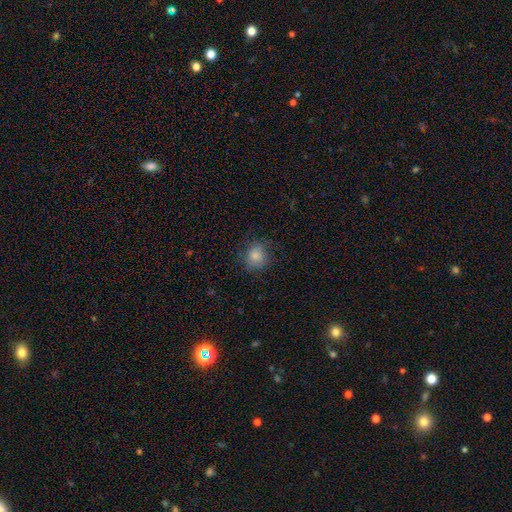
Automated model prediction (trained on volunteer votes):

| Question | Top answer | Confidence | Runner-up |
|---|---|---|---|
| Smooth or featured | smooth | 81% | star or artifact (10%) |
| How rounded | round | 78% | in between (21%) |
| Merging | none | 73% | minor disturbance (18%) |